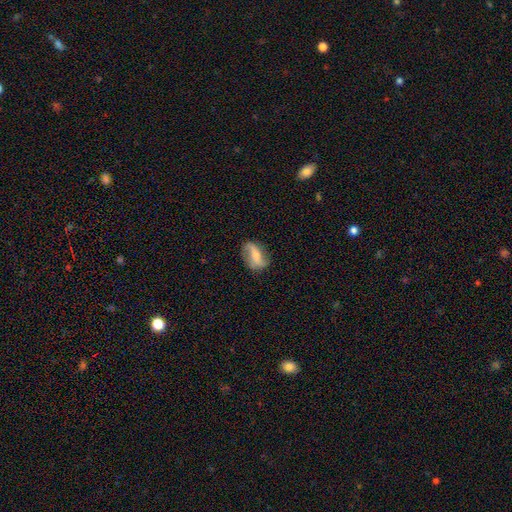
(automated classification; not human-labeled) A featured or disk galaxy (63%) with no bar (34%), spiral arms (86%) and a small central bulge (46%).

Vote fractions:
- Smooth or featured? featured or disk: 63% / smooth: 30% / star or artifact: 7%
- Edge-on disk? no: 93% / yes: 7%
- Bar? no: 34% / strong: 33% / weak: 33%
- Spiral arms? yes: 86% / no: 14%
- Bulge size? small: 46% / moderate: 45% / none: 5% / large: 3% / dominant: 1%
- Merging? none: 73% / minor disturbance: 19% / major disturbance: 7% / merger: 2%